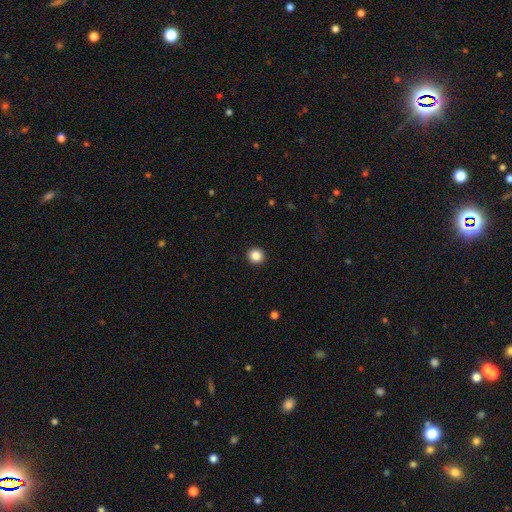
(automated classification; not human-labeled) smooth_or_featured: smooth (p=0.86) [alt: star or artifact p=0.10]
how_rounded: round (p=0.93) [alt: in between p=0.06]
merging: none (p=0.94) [alt: minor disturbance p=0.04]